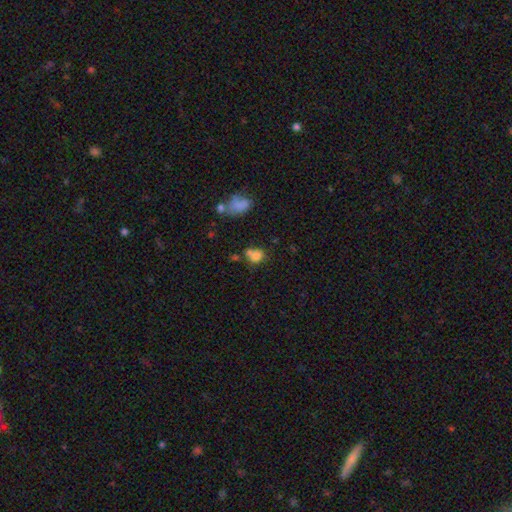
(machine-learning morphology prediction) The model was most divided on "merging": merger: 40%, none: 38%, minor disturbance: 14%, major disturbance: 7%. More confident: smooth or featured — smooth (75%); how rounded — round (58%).